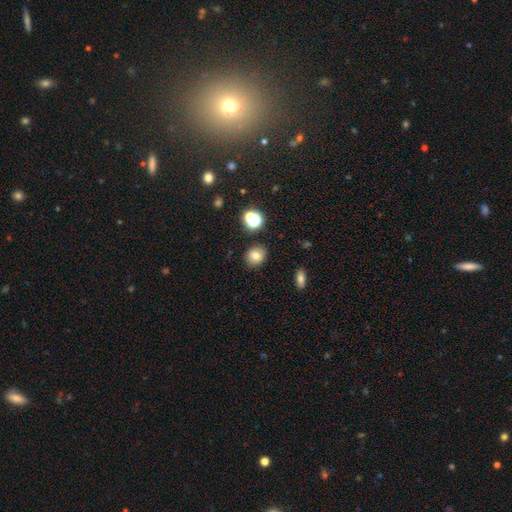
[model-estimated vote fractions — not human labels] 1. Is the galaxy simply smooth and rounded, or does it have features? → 77% smooth, 14% star or artifact, 9% featured or disk.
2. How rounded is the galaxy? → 59% round, 40% in between, 1% cigar-shaped.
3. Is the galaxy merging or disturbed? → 86% none, 9% minor disturbance, 3% major disturbance, 2% merger.